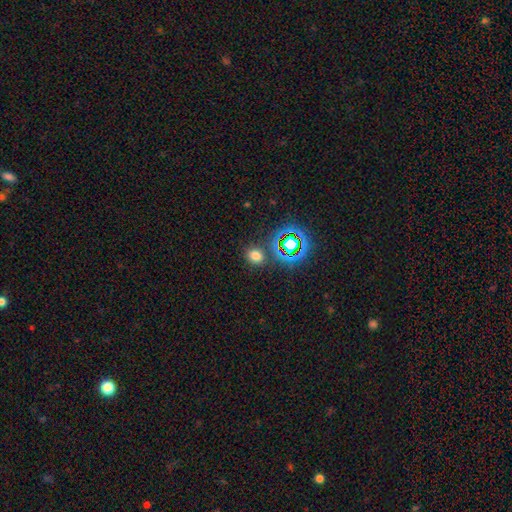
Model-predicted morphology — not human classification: The model was most divided on "how rounded": round: 61%, in between: 38%, cigar-shaped: 1%. More confident: merging — none (82%); smooth or featured — smooth (67%).